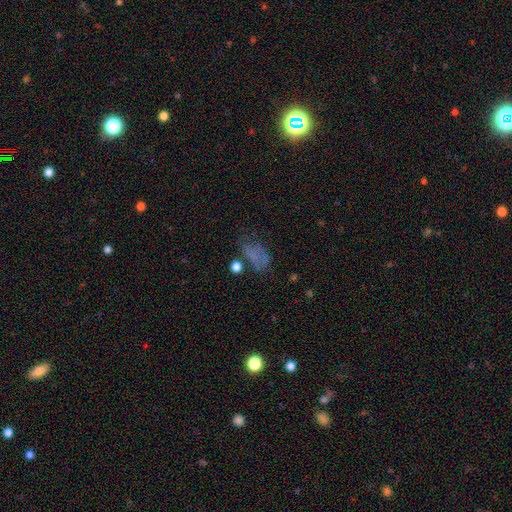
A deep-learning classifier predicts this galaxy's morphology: Smooth or featured? smooth (53%)
How rounded? in between (82%)
Merging? none (39%)